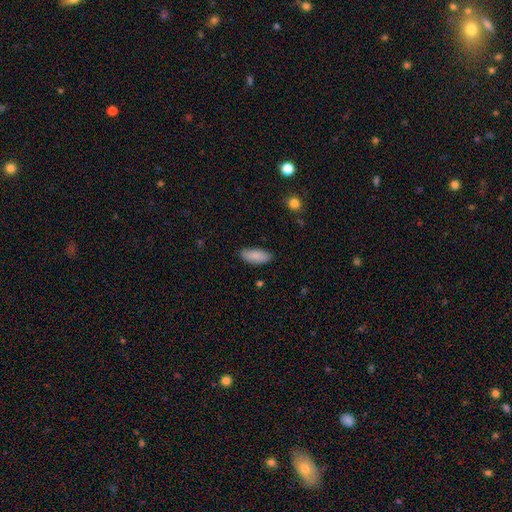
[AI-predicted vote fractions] A smooth galaxy with no disk features (86%) that is in between round and cigar-shaped (85%). Merging: none (86%).